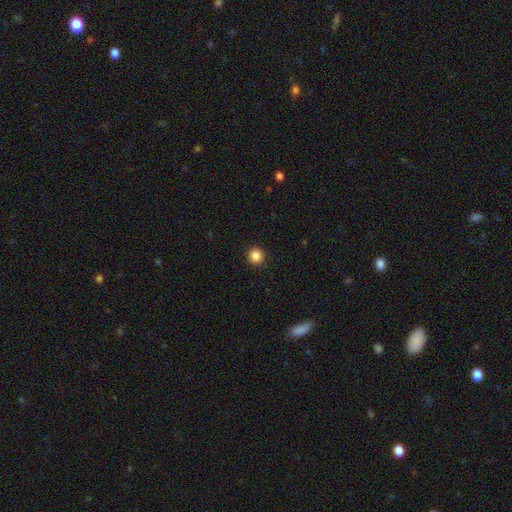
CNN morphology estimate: smooth 86%, star or artifact 11%, featured or disk 3%. Down the decision tree: how rounded — round (95%); merging — none (93%).